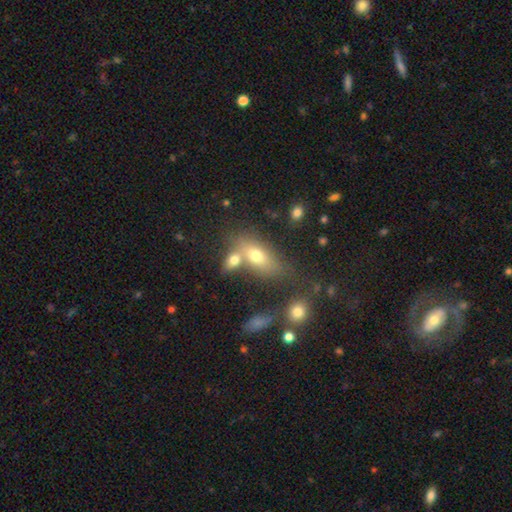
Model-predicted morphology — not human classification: smooth-or-featured: smooth: 66% | featured or disk: 22% | star or artifact: 11%
  how-rounded: in between: 79% | cigar-shaped: 13% | round: 8%
  merging: none: 44% | merger: 36% | minor disturbance: 13% | major disturbance: 7%